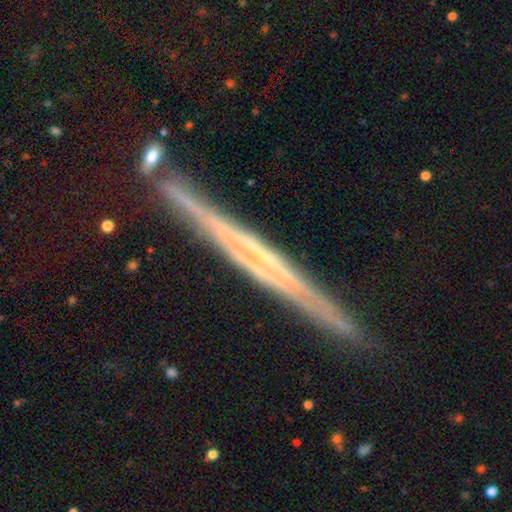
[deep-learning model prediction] featured or disk 70%, smooth 16%, star or artifact 14%. Down the decision tree: edge-on disk — yes (95%); edge-on bulge — none (67%); merging — none (87%).